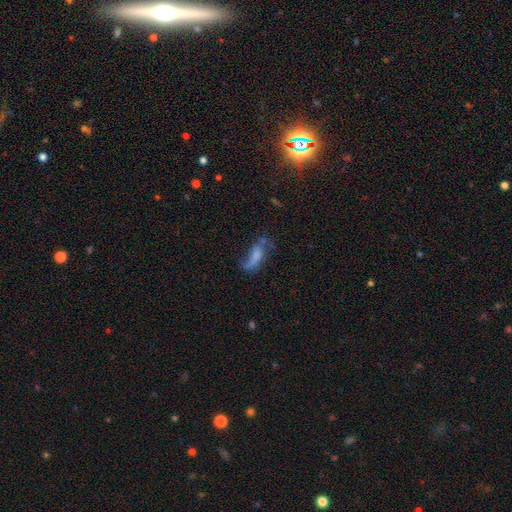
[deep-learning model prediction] Morphology: type=smooth (50%); merging=major disturbance (35%).